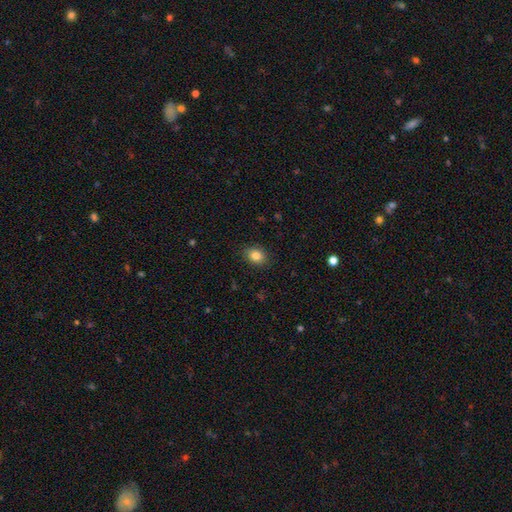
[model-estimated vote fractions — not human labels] Smooth or featured?
  - smooth: 85% *
  - star or artifact: 10%
  - featured or disk: 6%
How rounded?
  - in between: 58% *
  - round: 41%
  - cigar-shaped: 1%
Merging?
  - none: 87% *
  - minor disturbance: 9%
  - major disturbance: 2%
  - merger: 1%